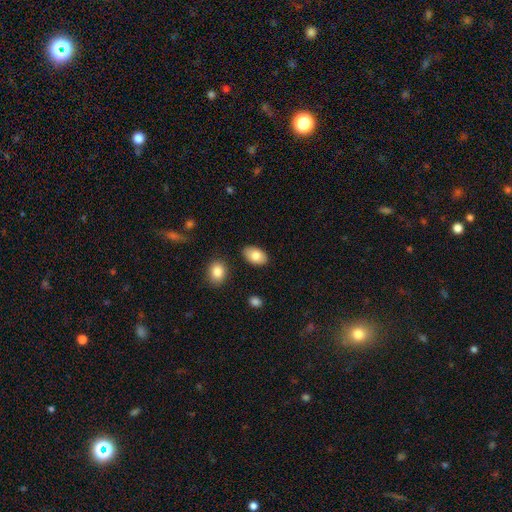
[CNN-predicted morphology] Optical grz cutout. It shows a smooth galaxy with no disk features (81%) that is in between round and cigar-shaped (93%). Merging: none (86%).